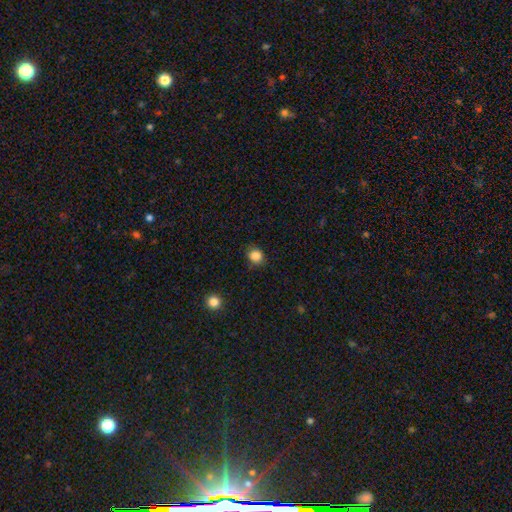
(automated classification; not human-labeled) smooth-or-featured: smooth: 85% | star or artifact: 11% | featured or disk: 4%
  how-rounded: round: 72% | in between: 27% | cigar-shaped: 1%
  merging: none: 82% | minor disturbance: 14% | major disturbance: 3% | merger: 1%